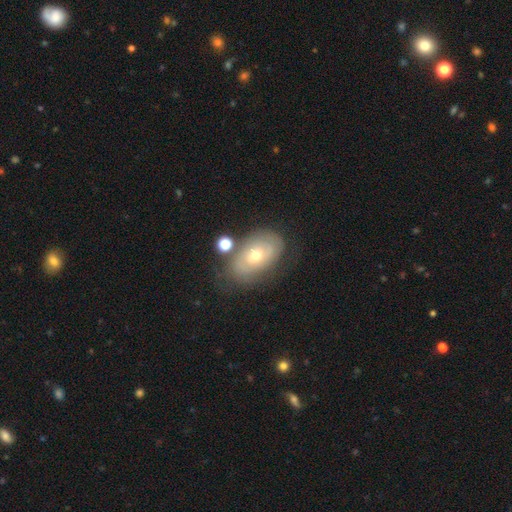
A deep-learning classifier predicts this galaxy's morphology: A featured or disk galaxy (46%). Merging: none (69%).